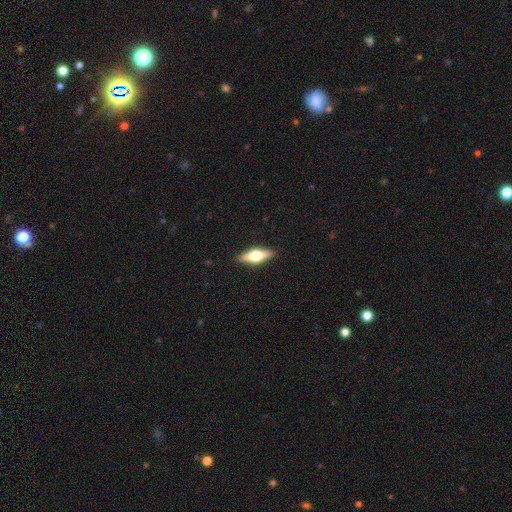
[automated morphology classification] type=featured or disk (52%); edge-on=yes (93%); merging=none (89%).